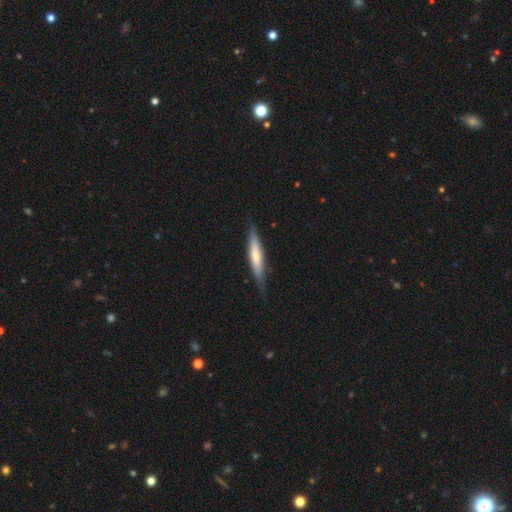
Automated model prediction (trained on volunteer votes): Smooth or featured: smooth — 55% (featured or disk — 40%)
How rounded: cigar-shaped — 86% (in between — 13%)
Merging: none — 77% (minor disturbance — 18%)